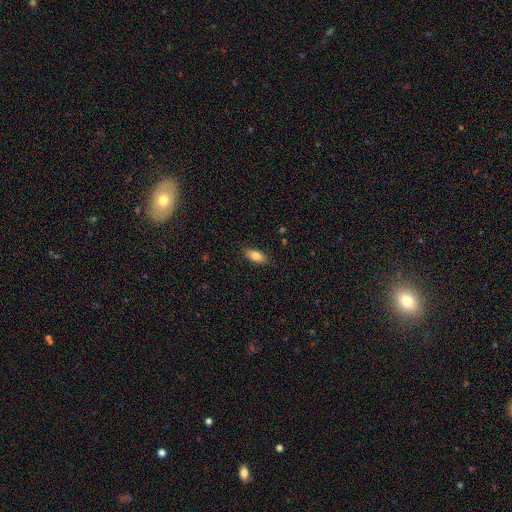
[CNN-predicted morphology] This is clearly a smooth galaxy (81%). How rounded: clearly in between (82%). Merging: clearly none (85%).